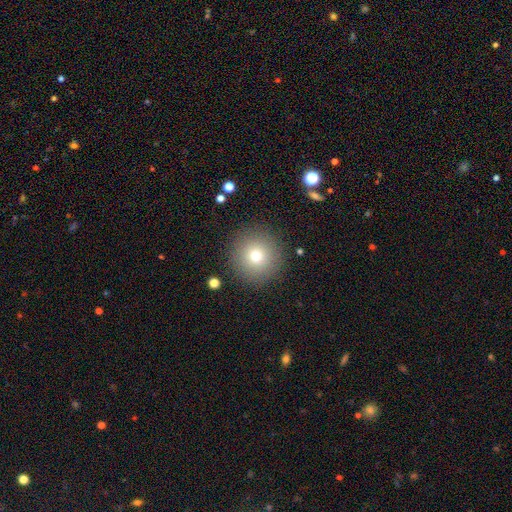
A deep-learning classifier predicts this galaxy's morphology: smooth-or-featured: smooth: 75% | star or artifact: 13% | featured or disk: 11%
  how-rounded: round: 96% | in between: 3% | cigar-shaped: 1%
  merging: none: 90% | minor disturbance: 6% | major disturbance: 3% | merger: 1%